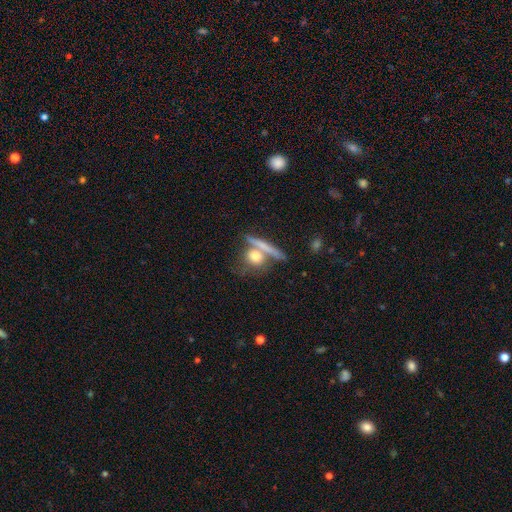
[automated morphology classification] A smooth galaxy with no disk features (66%) that is round (56%).

Vote fractions:
- Smooth or featured? smooth: 66% / featured or disk: 25% / star or artifact: 9%
- How rounded? round: 56% / cigar-shaped: 22% / in between: 22%
- Merging? none: 50% / merger: 34% / minor disturbance: 11% / major disturbance: 6%